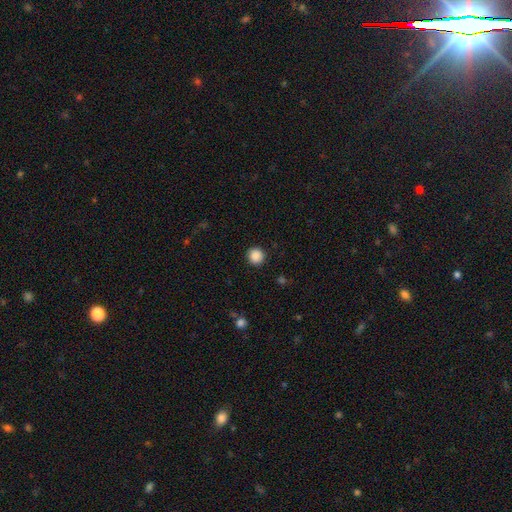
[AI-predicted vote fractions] Smooth or featured: smooth — 88% (star or artifact — 10%)
How rounded: round — 93% (in between — 6%)
Merging: none — 91% (minor disturbance — 6%)